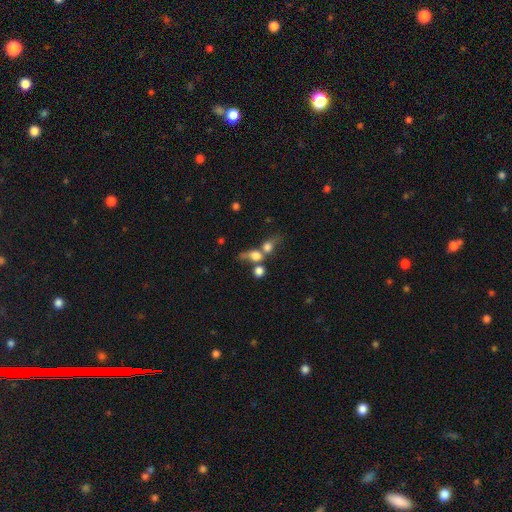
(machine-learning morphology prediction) This appears to be a smooth galaxy with no disk features (65%) that is round (52%). Merging: merger (56%).